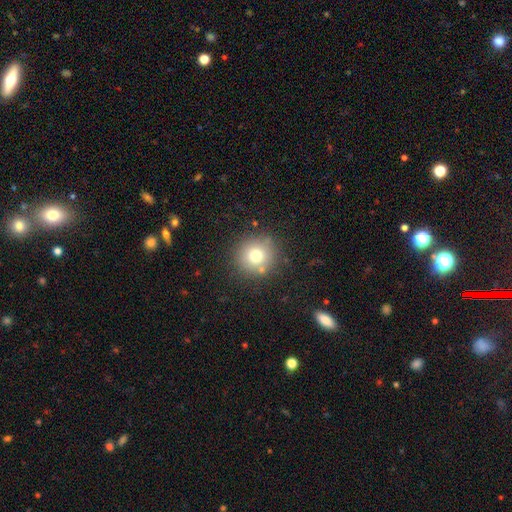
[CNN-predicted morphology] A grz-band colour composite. It shows a smooth galaxy with no disk features (73%) that is round (93%). Merging: none (83%).